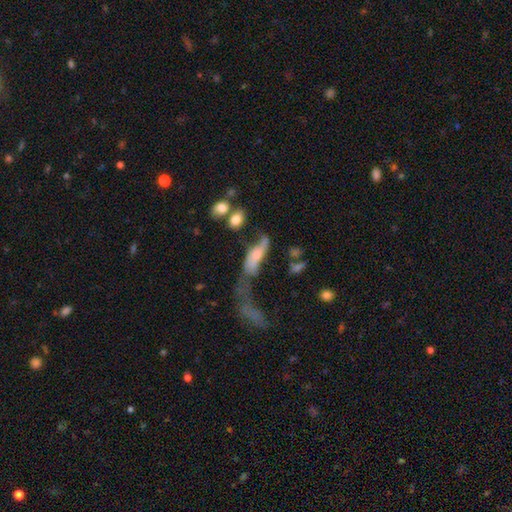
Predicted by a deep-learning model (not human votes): This appears to be a smooth galaxy with no disk features (50%). Merging: major disturbance (35%).